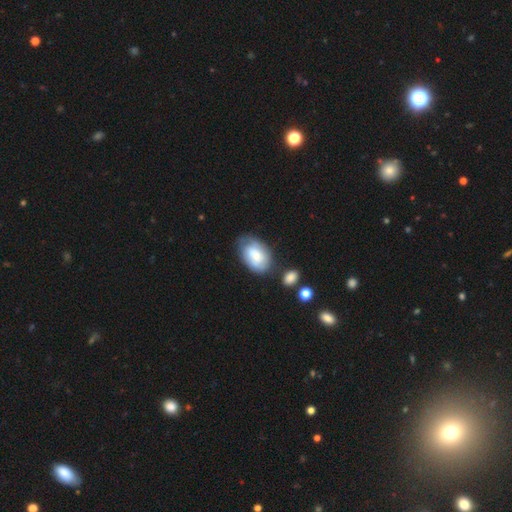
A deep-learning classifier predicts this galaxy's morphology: smooth 58%, featured or disk 35%, star or artifact 7%. Down the decision tree: how rounded — in between (88%); merging — none (54%).